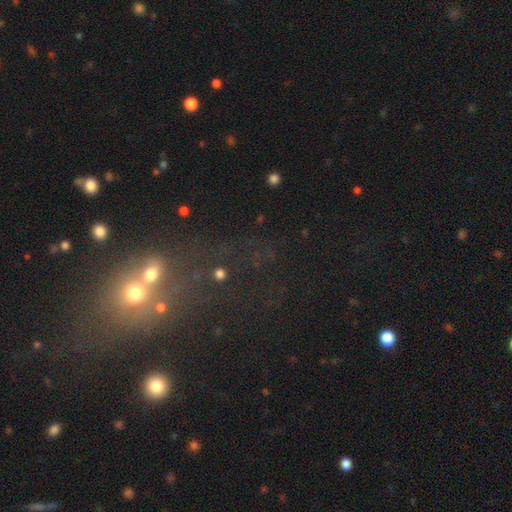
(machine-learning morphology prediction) Smooth or featured: star or artifact — 55% (smooth — 30%)